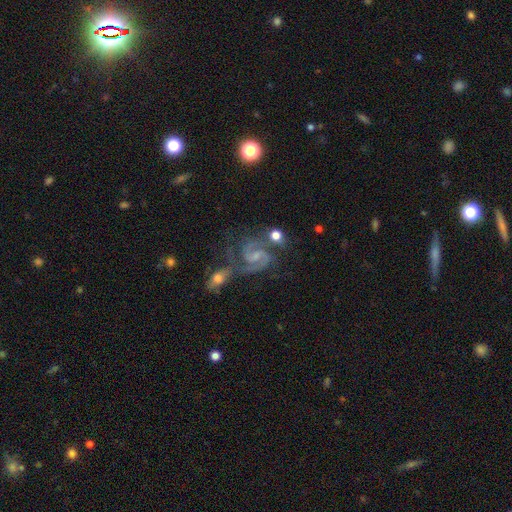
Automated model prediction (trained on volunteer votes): The model was most divided on "bar": weak: 49%, no: 33%, strong: 18%. Remaining: spiral arms — yes (98%); edge-on disk — no (98%); spiral arm count — 2 (90%); smooth or featured — featured or disk (89%); bulge size — small (59%); spiral winding — medium (57%); merging — none (46%).